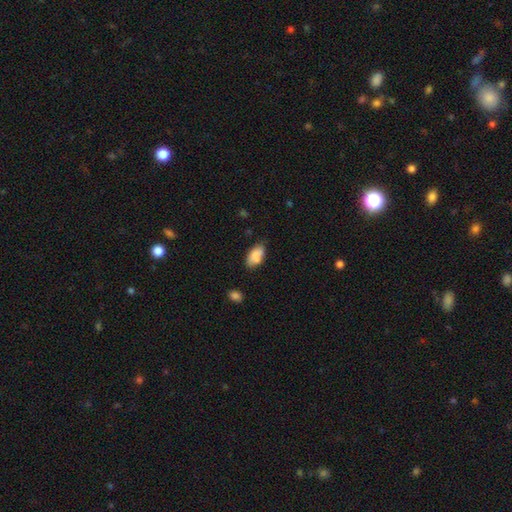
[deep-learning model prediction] Q: Smooth or featured?
A: smooth (83%); runner-up: featured or disk (9%)
Q: How rounded?
A: in between (92%); runner-up: round (4%)
Q: Merging?
A: none (65%); runner-up: minor disturbance (24%)